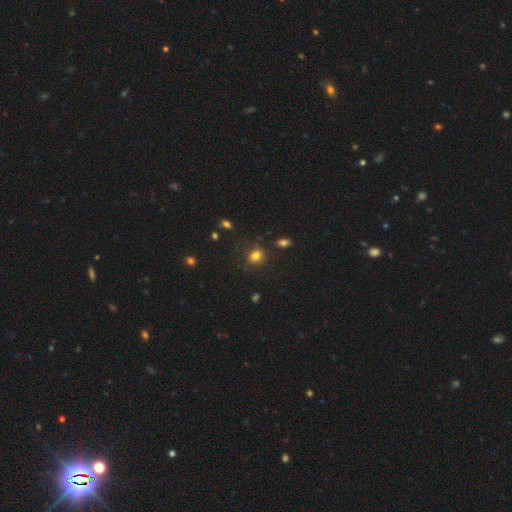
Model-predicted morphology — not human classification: type=smooth (78%); roundness=round (65%); merging=none (76%).